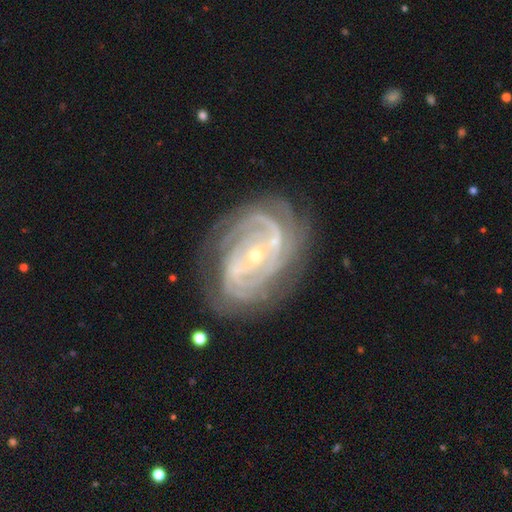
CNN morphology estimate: A featured or disk galaxy (90%) with no bar (56%), tight (71%) spiral arms (97%) and a small central bulge (73%). Merging: none (71%).